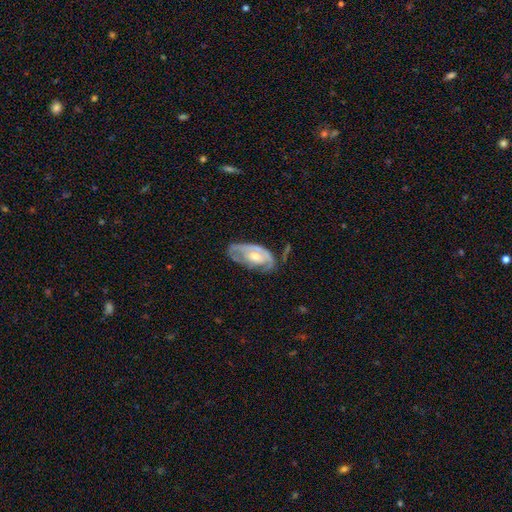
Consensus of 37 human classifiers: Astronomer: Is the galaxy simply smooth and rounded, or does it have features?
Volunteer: featured or disk — 57% (runner-up: smooth, 43%).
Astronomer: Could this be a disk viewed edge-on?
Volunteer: no — 95%.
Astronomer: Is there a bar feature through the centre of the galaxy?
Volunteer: no — 80%.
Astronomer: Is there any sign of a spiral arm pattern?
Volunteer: no — 65%.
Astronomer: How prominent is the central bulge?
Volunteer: moderate — 65%.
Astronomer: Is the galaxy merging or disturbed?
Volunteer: minor disturbance — 38% (runner-up: none, 30%).